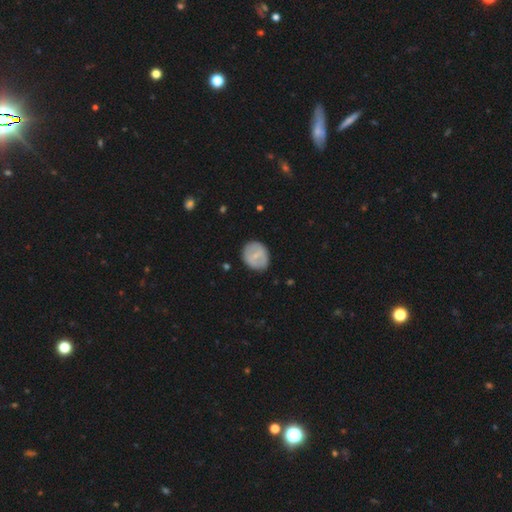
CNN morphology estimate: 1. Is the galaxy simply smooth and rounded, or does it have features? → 57% smooth, 37% featured or disk, 7% star or artifact.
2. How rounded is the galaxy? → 63% round, 36% in between, 1% cigar-shaped.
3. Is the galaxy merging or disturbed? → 83% none, 12% minor disturbance, 3% major disturbance, 1% merger.